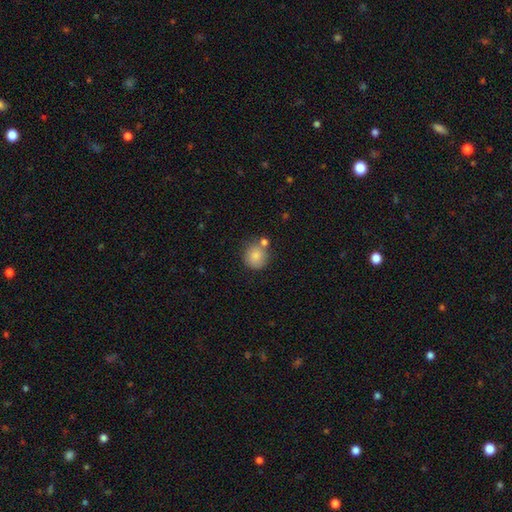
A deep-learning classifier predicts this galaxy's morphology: Smooth or featured: smooth — 84% (star or artifact — 9%)
How rounded: round — 88% (in between — 11%)
Merging: none — 66% (merger — 16%)